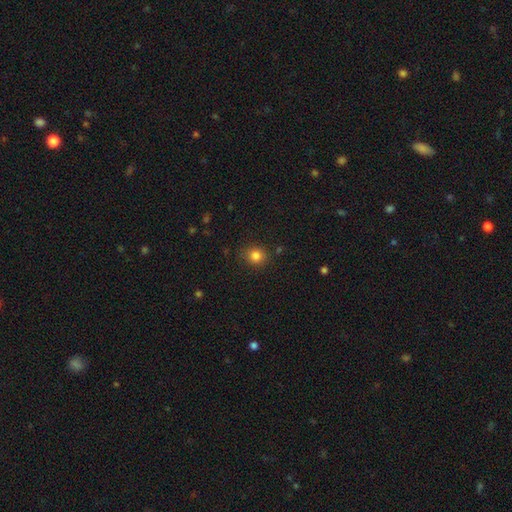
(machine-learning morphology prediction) Smooth or featured? smooth (83%)
How rounded? round (82%)
Merging? none (85%)